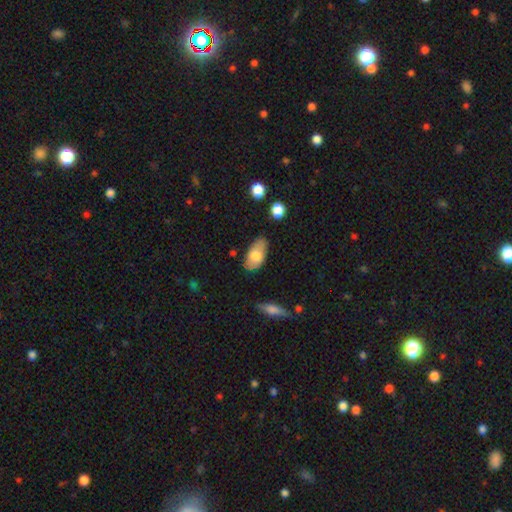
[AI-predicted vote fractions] Q: Smooth or featured?
A: smooth (73%); runner-up: featured or disk (20%)
Q: How rounded?
A: in between (93%); runner-up: cigar-shaped (4%)
Q: Merging?
A: none (66%); runner-up: minor disturbance (26%)